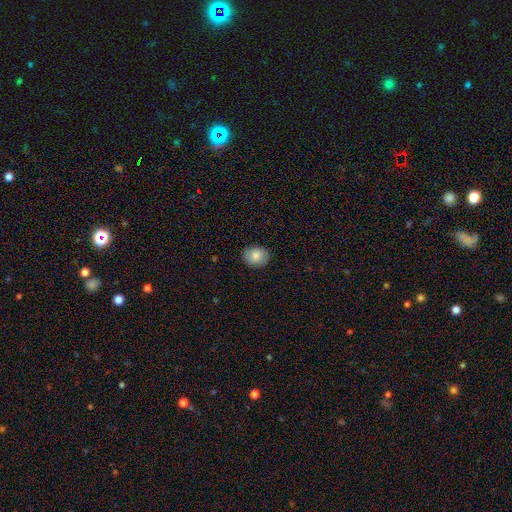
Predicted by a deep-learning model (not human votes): Smooth or featured?
  - smooth: 85% *
  - featured or disk: 8%
  - star or artifact: 8%
How rounded?
  - round: 54% *
  - in between: 45%
  - cigar-shaped: 1%
Merging?
  - none: 85% *
  - minor disturbance: 12%
  - major disturbance: 2%
  - merger: 1%